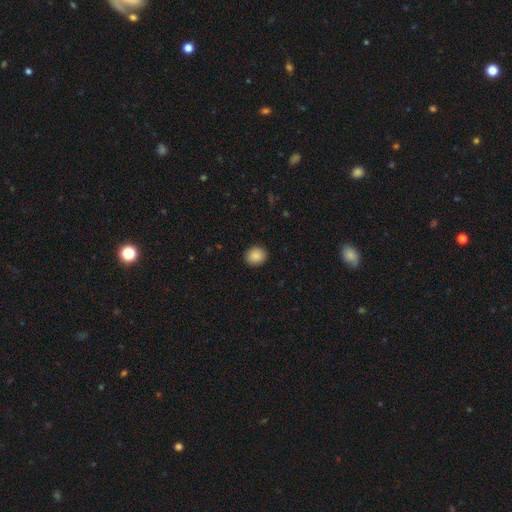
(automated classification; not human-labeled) Overall: smooth (88%). How rounded: round (75%). Merging: none (91%).